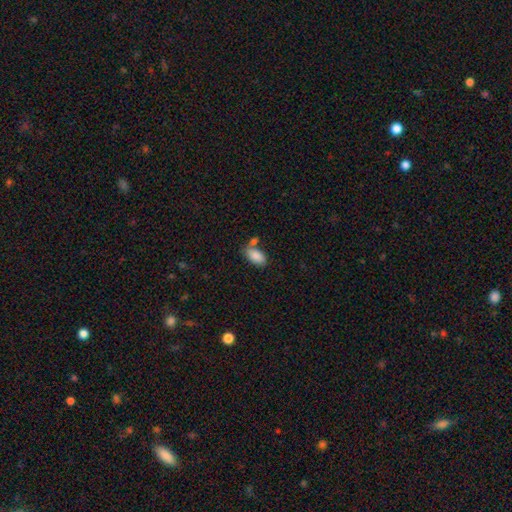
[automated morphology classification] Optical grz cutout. It shows a smooth galaxy with no disk features (86%) that is in between round and cigar-shaped (94%). Merging: none (49%).